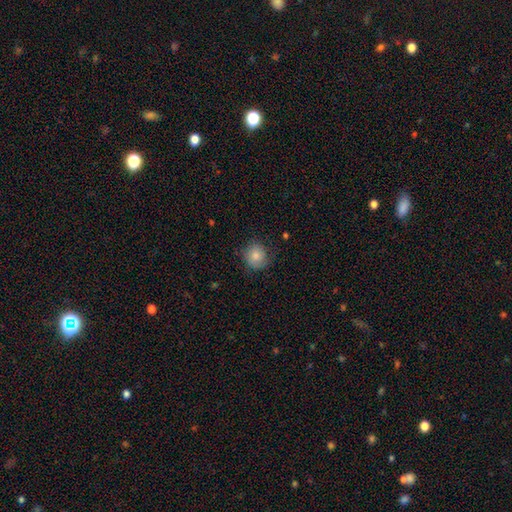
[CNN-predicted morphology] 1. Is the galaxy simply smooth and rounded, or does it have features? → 79% smooth, 13% featured or disk, 8% star or artifact.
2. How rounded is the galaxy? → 87% round, 13% in between, 1% cigar-shaped.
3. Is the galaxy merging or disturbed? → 72% none, 21% minor disturbance, 6% major disturbance, 1% merger.